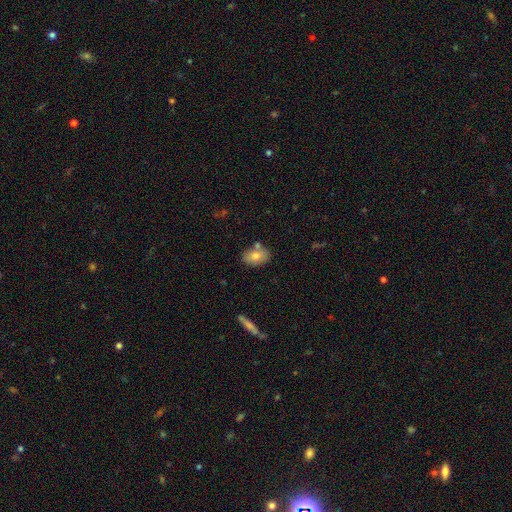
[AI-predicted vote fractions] smooth 75%, featured or disk 17%, star or artifact 8%. Down the decision tree: how rounded — in between (85%); merging — none (73%).